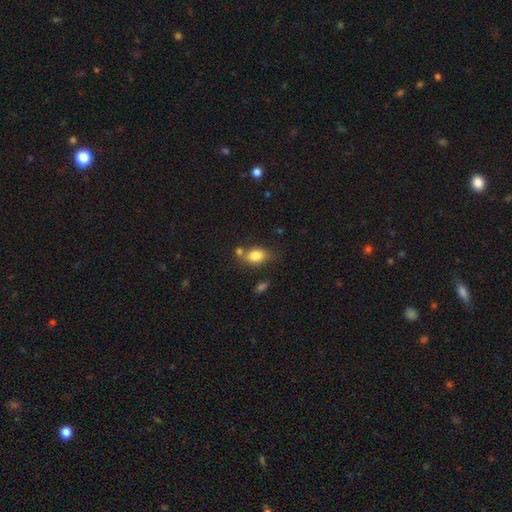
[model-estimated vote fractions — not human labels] Smooth or featured? smooth (82%)
How rounded? in between (78%)
Merging? none (62%)